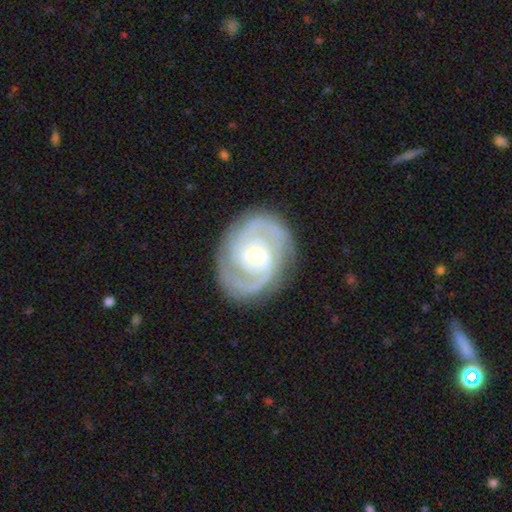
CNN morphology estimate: This is clearly a featured or disk galaxy (90%). It is clearly not viewed edge-on (98%). Bar: possibly no (60%). Spiral arm pattern: clearly yes (97%). Spiral arm count: likely 2 (64%). Spiral winding: likely tight (65%). Central bulge: likely moderate (63%). Merging: clearly none (81%).